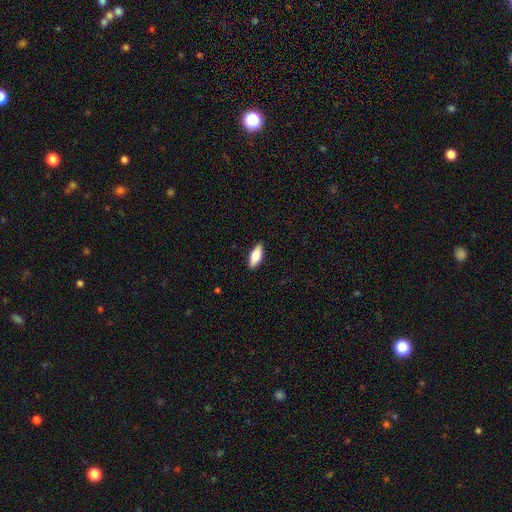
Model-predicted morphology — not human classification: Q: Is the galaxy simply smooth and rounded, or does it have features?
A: smooth — 71%.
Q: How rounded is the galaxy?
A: in between — 73%.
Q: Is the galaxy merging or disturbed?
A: none — 90%.